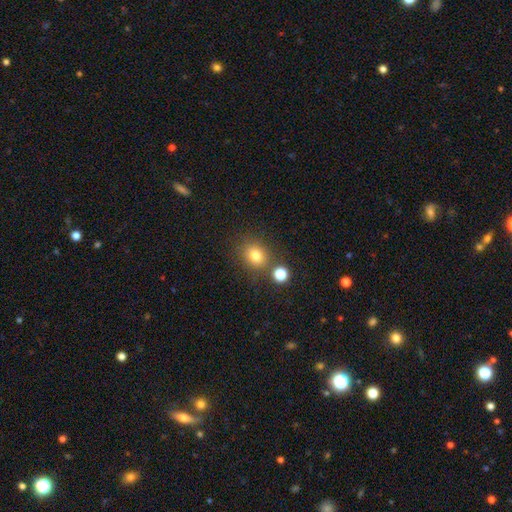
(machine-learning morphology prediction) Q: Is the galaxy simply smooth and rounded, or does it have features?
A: smooth — 79%.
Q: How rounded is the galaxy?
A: round — 65%.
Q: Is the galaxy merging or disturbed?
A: none — 74%.